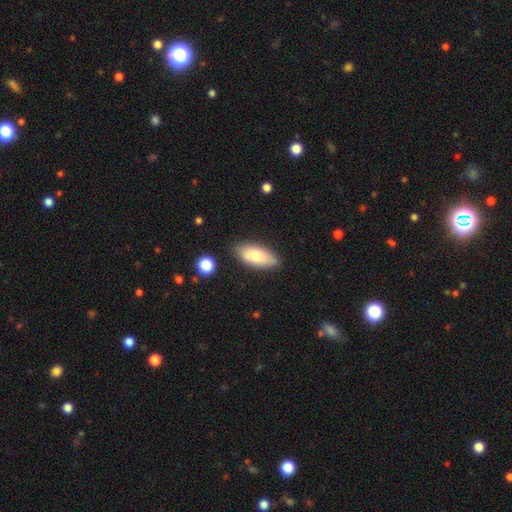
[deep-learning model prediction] Smooth or featured? Predicted: smooth (p=0.73). How rounded? Predicted: in between (p=0.86). Merging? Predicted: none (p=0.79).